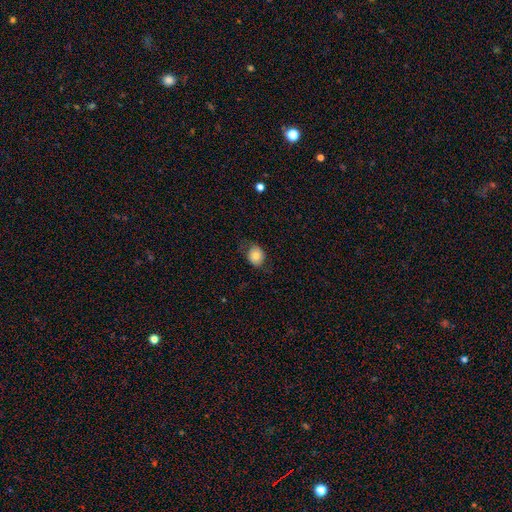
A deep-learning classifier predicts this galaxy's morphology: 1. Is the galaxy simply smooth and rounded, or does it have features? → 73% smooth, 18% featured or disk, 9% star or artifact.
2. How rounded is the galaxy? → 64% round, 35% in between, 1% cigar-shaped.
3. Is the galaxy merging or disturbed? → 72% none, 19% minor disturbance, 8% major disturbance, 1% merger.